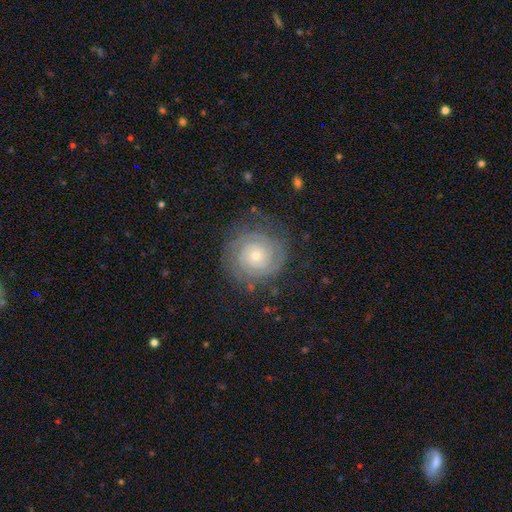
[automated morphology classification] Q: Smooth or featured?
A: featured or disk (80%); runner-up: smooth (13%)
Q: Edge-on disk?
A: no (98%); runner-up: yes (2%)
Q: Bar?
A: no (80%); runner-up: weak (16%)
Q: Spiral arms?
A: yes (95%); runner-up: no (5%)
Q: Spiral winding?
A: tight (82%); runner-up: medium (14%)
Q: Spiral arm count?
A: 2 (45%); runner-up: can't tell (26%)
Q: Bulge size?
A: small (65%); runner-up: moderate (31%)
Q: Merging?
A: none (78%); runner-up: minor disturbance (14%)